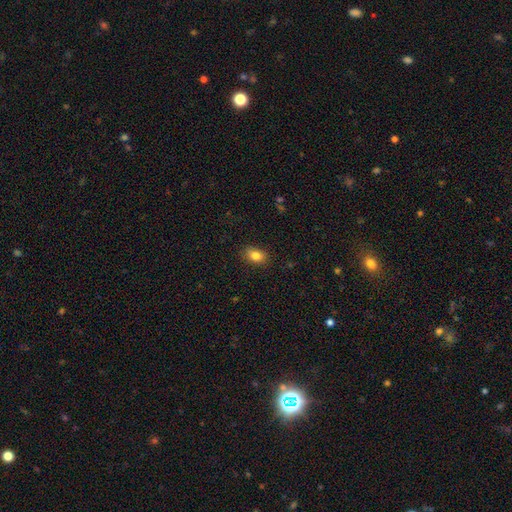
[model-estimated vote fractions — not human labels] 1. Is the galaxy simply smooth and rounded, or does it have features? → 83% smooth, 9% star or artifact, 8% featured or disk.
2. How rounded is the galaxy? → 81% in between, 17% round, 2% cigar-shaped.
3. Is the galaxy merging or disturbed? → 85% none, 11% minor disturbance, 2% major disturbance, 1% merger.